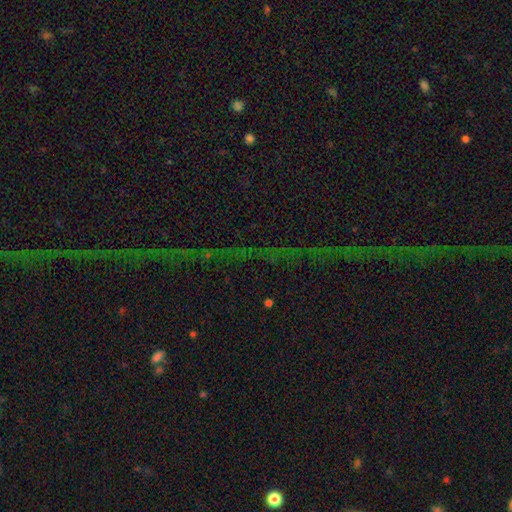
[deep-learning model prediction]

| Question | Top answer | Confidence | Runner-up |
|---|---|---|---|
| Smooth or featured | star or artifact | 77% | featured or disk (14%) |